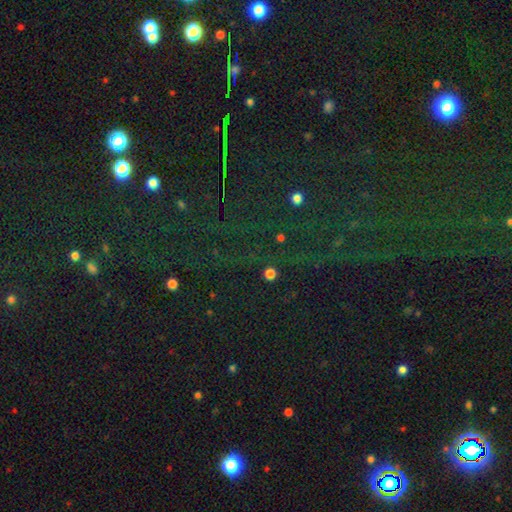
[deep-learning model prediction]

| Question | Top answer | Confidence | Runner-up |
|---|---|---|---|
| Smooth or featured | star or artifact | 79% | smooth (13%) |